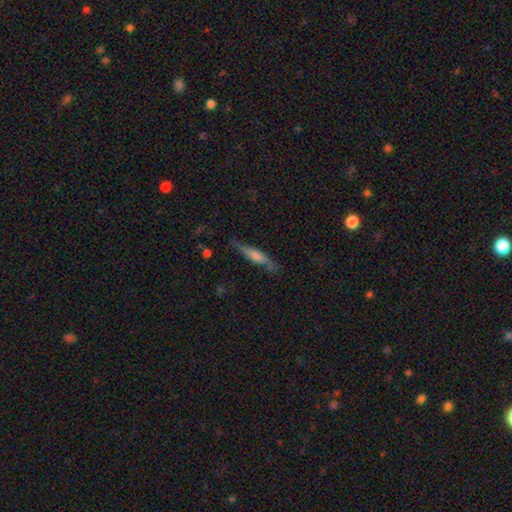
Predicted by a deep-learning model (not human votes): smooth-or-featured: featured or disk: 47% | smooth: 45% | star or artifact: 7%
  merging: none: 73% | minor disturbance: 20% | major disturbance: 5% | merger: 2%